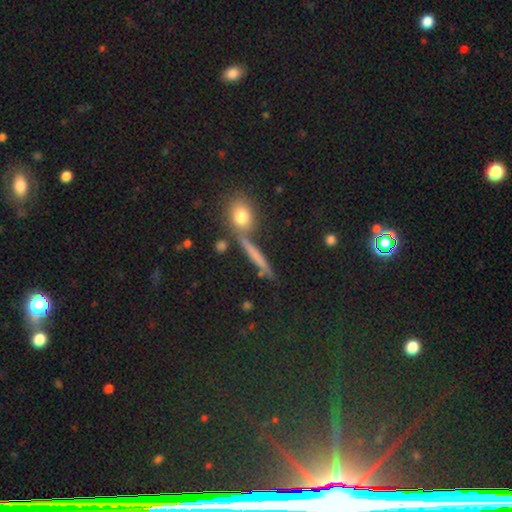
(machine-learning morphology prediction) A smooth galaxy with no disk features (51%) that is cigar-shaped (73%). Merging: none (77%).